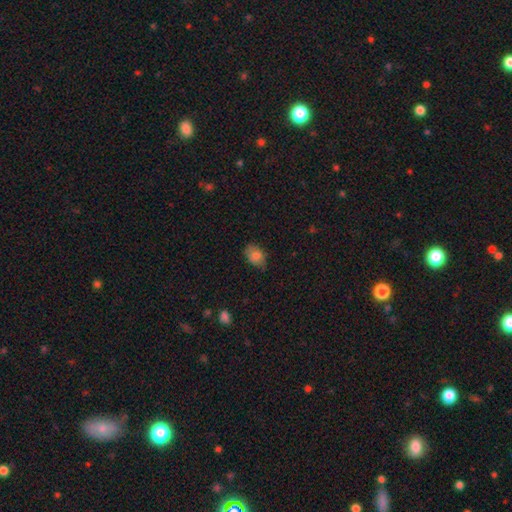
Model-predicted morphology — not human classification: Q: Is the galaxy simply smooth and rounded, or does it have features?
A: smooth — 81%.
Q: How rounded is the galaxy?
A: in between — 80%.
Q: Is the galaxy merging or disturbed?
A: none — 72%.